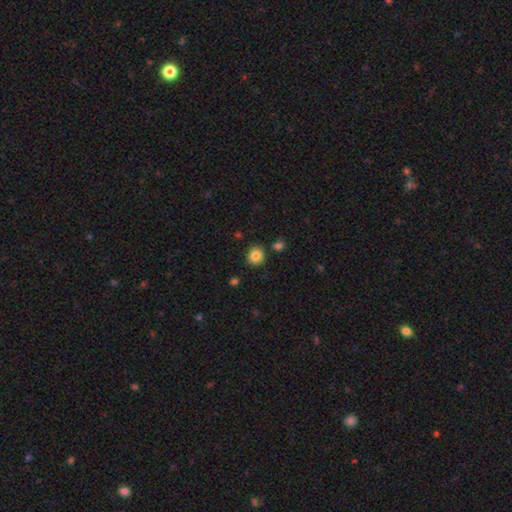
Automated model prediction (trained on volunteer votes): Overall: smooth (84%). How rounded: round (84%). Merging: none (84%).